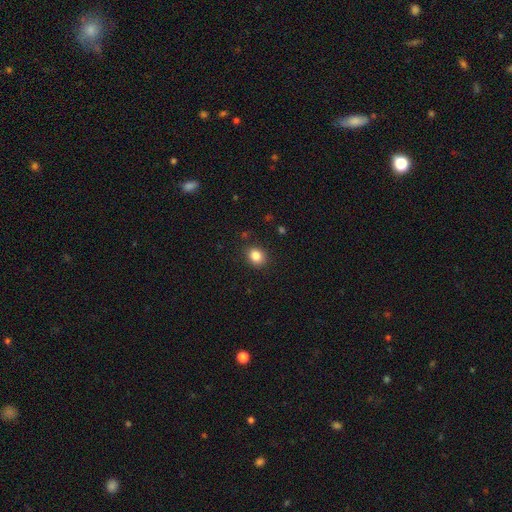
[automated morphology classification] smooth_or_featured: smooth (p=0.85) [alt: star or artifact p=0.10]
how_rounded: round (p=0.61) [alt: in between p=0.38]
merging: none (p=0.88) [alt: minor disturbance p=0.08]